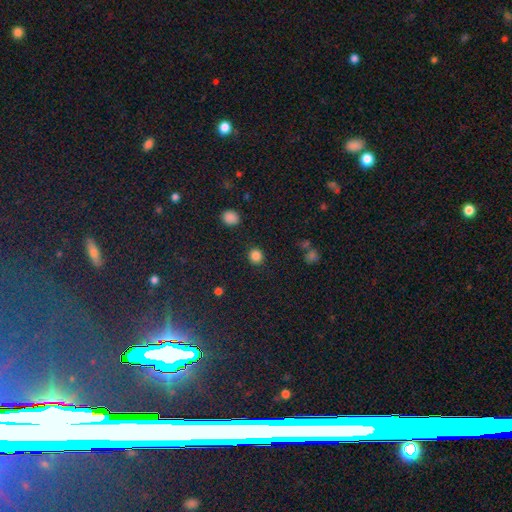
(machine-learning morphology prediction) type=smooth (85%); roundness=round (89%); merging=none (90%).